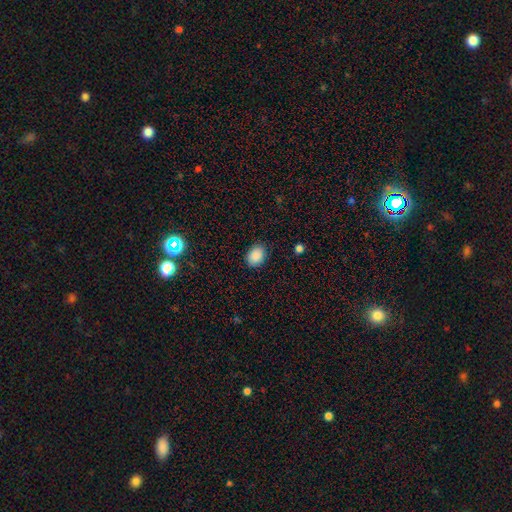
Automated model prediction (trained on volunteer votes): smooth 87%, star or artifact 9%, featured or disk 4%. Down the decision tree: how rounded — in between (66%); merging — none (85%).